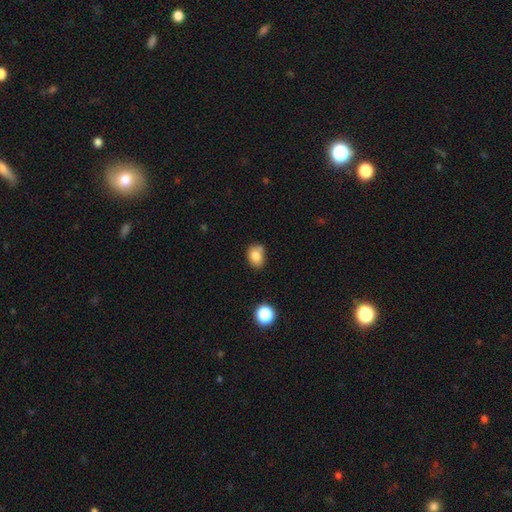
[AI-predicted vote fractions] smooth_or_featured: smooth (p=0.81) [alt: star or artifact p=0.11]
how_rounded: in between (p=0.63) [alt: round p=0.36]
merging: none (p=0.60) [alt: minor disturbance p=0.25]